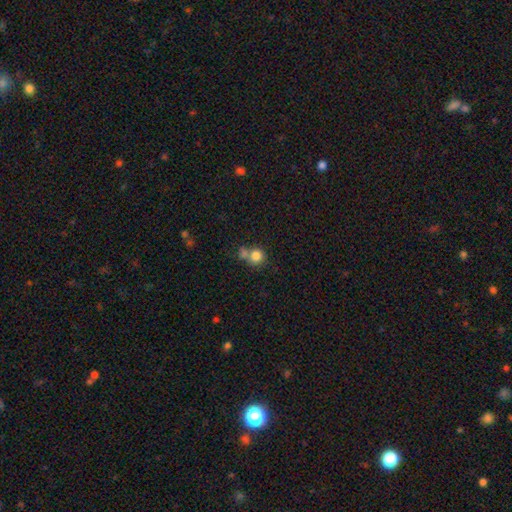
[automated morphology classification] A smooth galaxy with no disk features (81%) that is round (88%).

Vote fractions:
- Smooth or featured? smooth: 81% / star or artifact: 11% / featured or disk: 8%
- How rounded? round: 88% / in between: 11% / cigar-shaped: 1%
- Merging? none: 48% / merger: 38% / minor disturbance: 9% / major disturbance: 4%